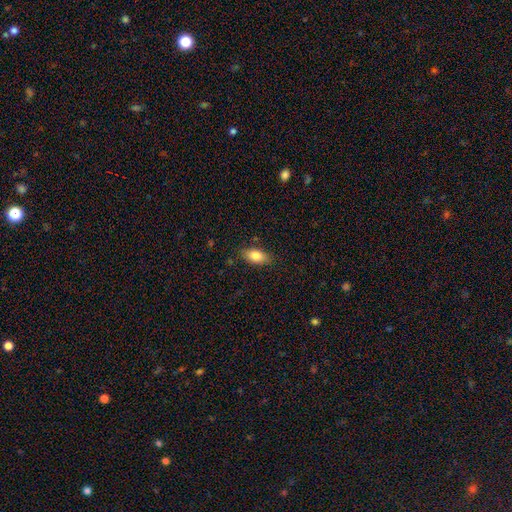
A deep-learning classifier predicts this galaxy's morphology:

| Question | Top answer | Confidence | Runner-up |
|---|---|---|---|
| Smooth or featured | smooth | 81% | featured or disk (12%) |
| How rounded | in between | 87% | cigar-shaped (8%) |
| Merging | none | 83% | minor disturbance (13%) |